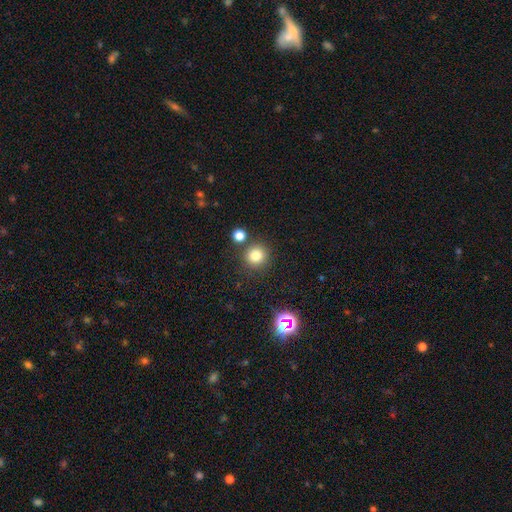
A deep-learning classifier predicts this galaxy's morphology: smooth_or_featured: smooth (p=0.79) [alt: star or artifact p=0.14]
how_rounded: round (p=0.92) [alt: in between p=0.07]
merging: none (p=0.82) [alt: merger p=0.08]